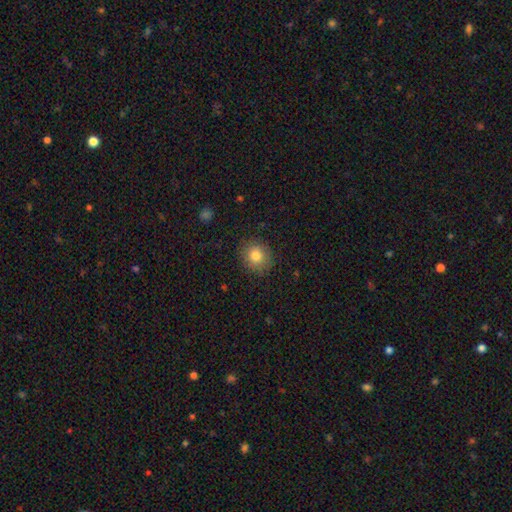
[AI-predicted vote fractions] Smooth or featured?
  - smooth: 81% *
  - star or artifact: 11%
  - featured or disk: 9%
How rounded?
  - round: 88% *
  - in between: 11%
  - cigar-shaped: 1%
Merging?
  - none: 87% *
  - minor disturbance: 10%
  - major disturbance: 3%
  - merger: 1%